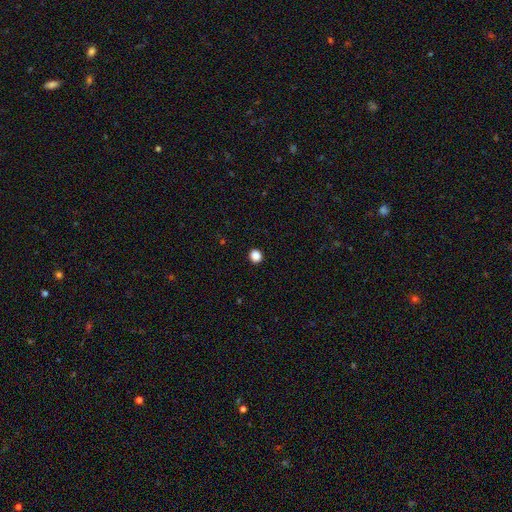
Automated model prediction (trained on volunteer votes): The model was most divided on "smooth or featured": smooth: 87%, star or artifact: 11%, featured or disk: 2%. More confident: merging — none (93%); how rounded — round (89%).